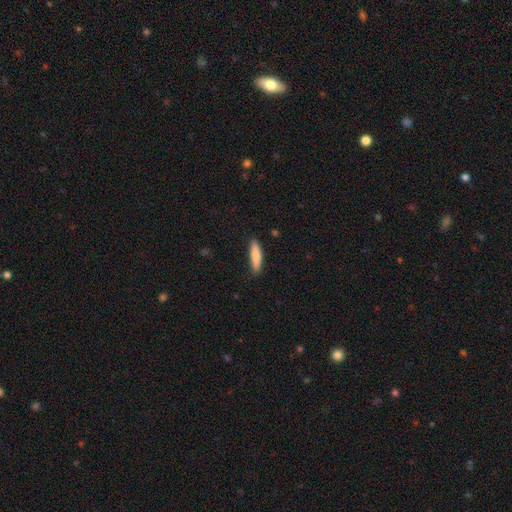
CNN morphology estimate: Q: Smooth or featured?
A: smooth (84%); runner-up: featured or disk (11%)
Q: How rounded?
A: cigar-shaped (77%); runner-up: in between (22%)
Q: Merging?
A: none (87%); runner-up: minor disturbance (10%)